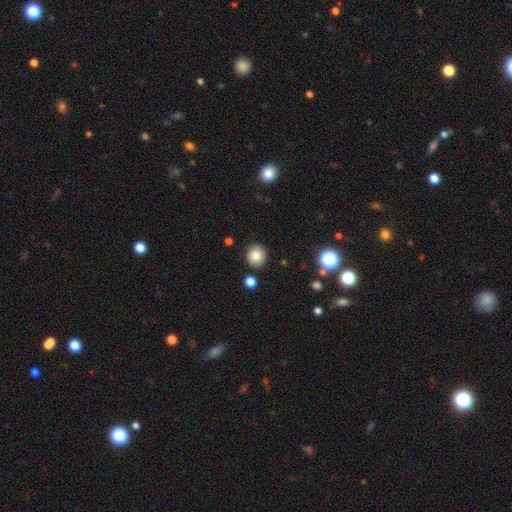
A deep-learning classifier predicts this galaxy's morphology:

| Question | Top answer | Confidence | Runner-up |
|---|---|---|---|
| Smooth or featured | smooth | 81% | star or artifact (10%) |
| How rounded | round | 84% | in between (15%) |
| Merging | none | 87% | minor disturbance (8%) |